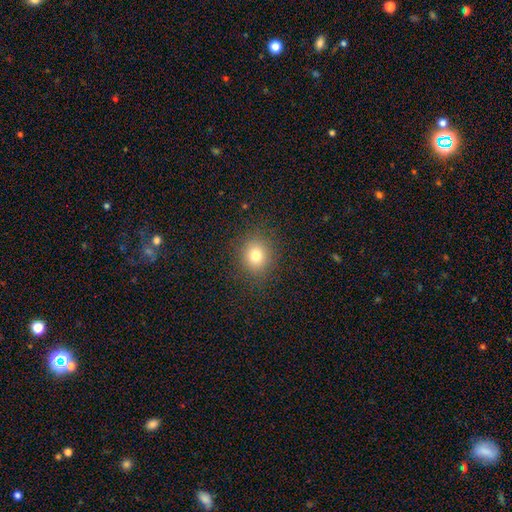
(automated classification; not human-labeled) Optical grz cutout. It shows a smooth galaxy with no disk features (78%) that is round (79%). Merging: none (87%).